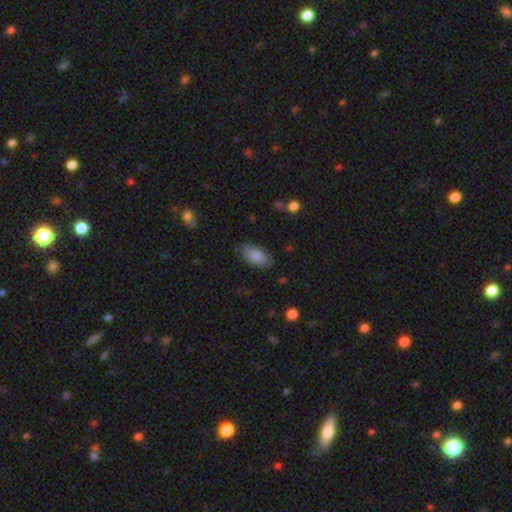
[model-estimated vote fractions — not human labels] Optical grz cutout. It shows a smooth galaxy with no disk features (85%) that is in between round and cigar-shaped (93%). Merging: none (82%).